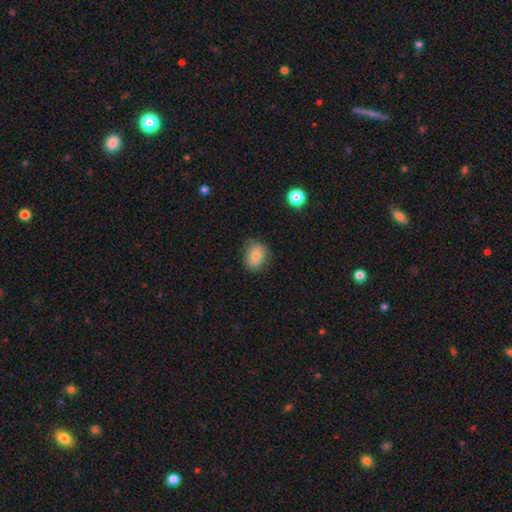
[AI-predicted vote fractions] Overall: smooth (77%). How rounded: round (54%; in between 45%). Merging: none (72%).